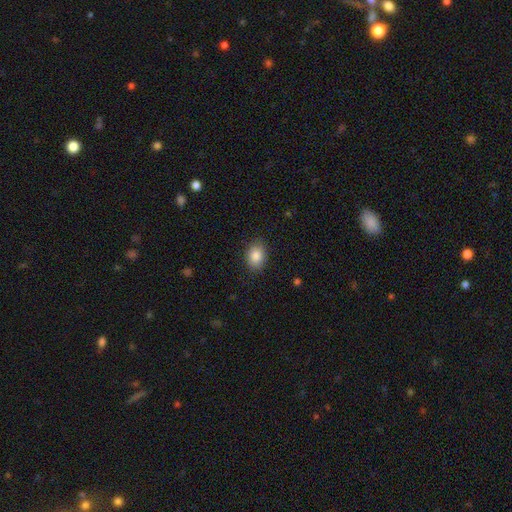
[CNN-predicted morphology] Smooth or featured? Predicted: smooth (p=0.87). How rounded? Predicted: in between (p=0.74). Merging? Predicted: none (p=0.85).